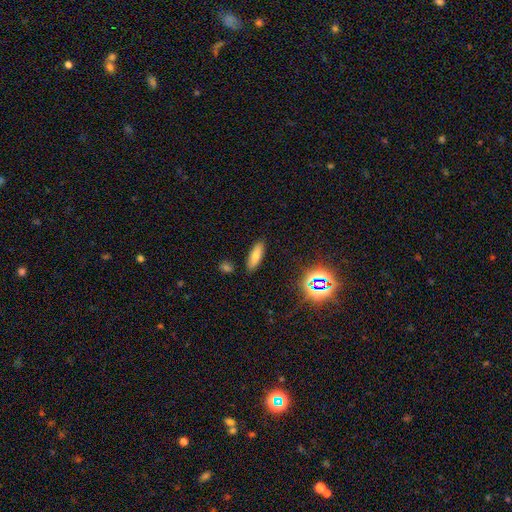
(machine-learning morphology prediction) A smooth galaxy with no disk features (73%) that is in between round and cigar-shaped (59%). Merging: none (87%).